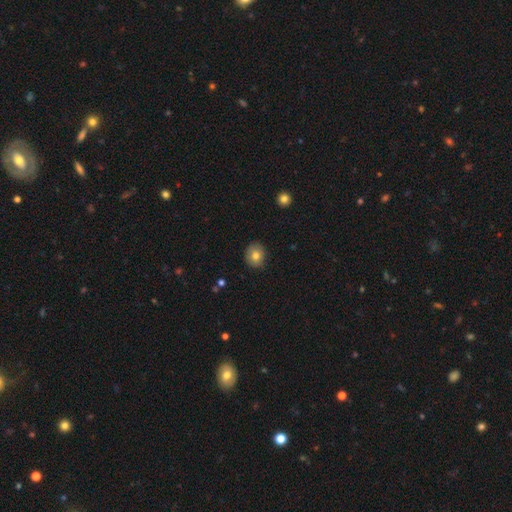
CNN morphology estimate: smooth_or_featured: smooth (p=0.76) [alt: featured or disk p=0.15]
how_rounded: round (p=0.67) [alt: in between p=0.32]
merging: none (p=0.85) [alt: minor disturbance p=0.11]